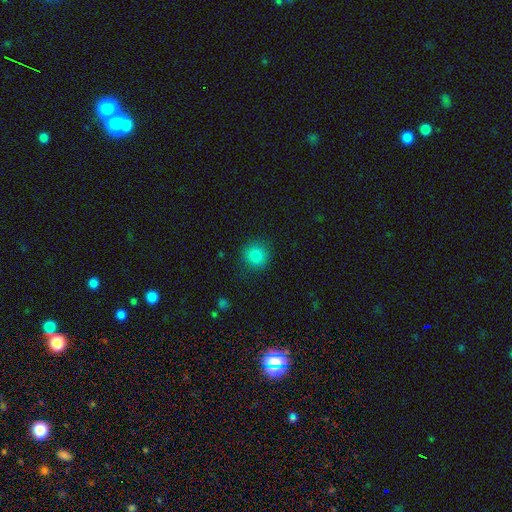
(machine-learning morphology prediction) smooth-or-featured: smooth: 82% | star or artifact: 12% | featured or disk: 6%
  how-rounded: round: 92% | in between: 7% | cigar-shaped: 1%
  merging: none: 87% | minor disturbance: 9% | major disturbance: 3% | merger: 1%